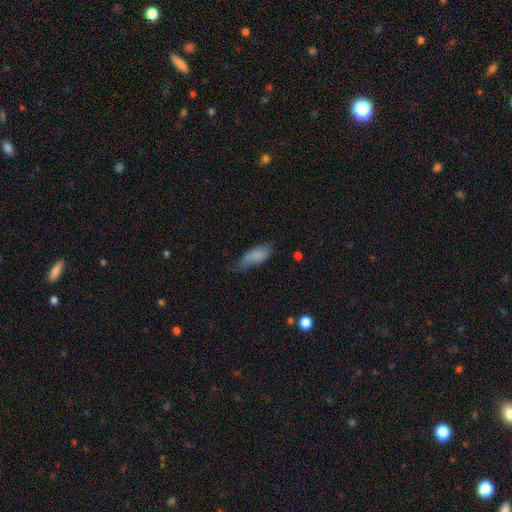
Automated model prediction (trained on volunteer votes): smooth-or-featured: smooth: 81% | featured or disk: 11% | star or artifact: 8%
  how-rounded: in between: 69% | cigar-shaped: 29% | round: 2%
  merging: none: 47% | minor disturbance: 38% | major disturbance: 13% | merger: 2%